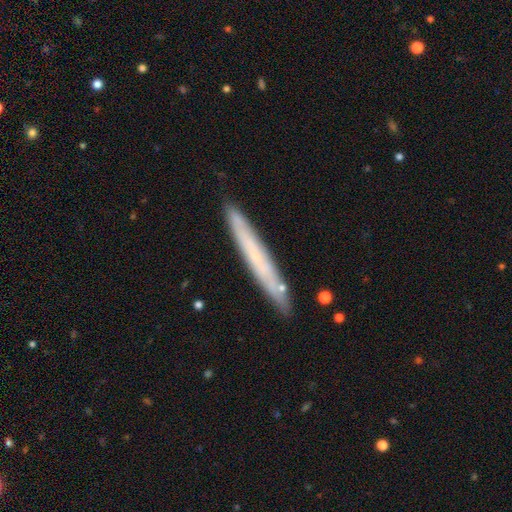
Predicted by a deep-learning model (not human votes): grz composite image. It shows a featured or disk galaxy (47%). Merging: none (87%).